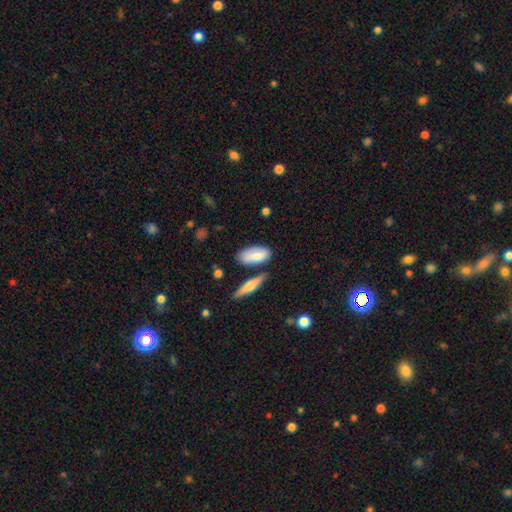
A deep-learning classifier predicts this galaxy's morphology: A smooth galaxy with no disk features (75%) that is in between round and cigar-shaped (85%). Merging: none (61%).